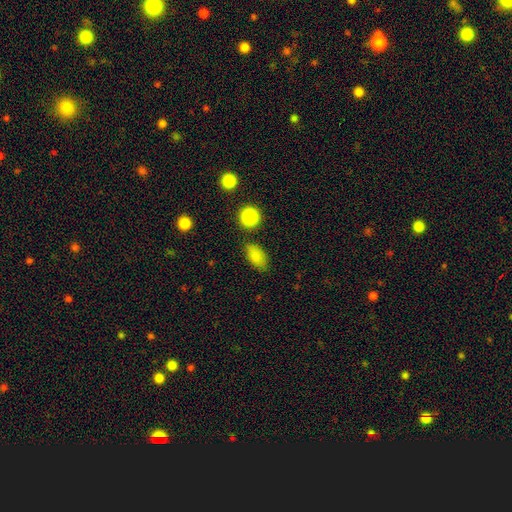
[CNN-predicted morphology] smooth 82%, star or artifact 11%, featured or disk 6%. Down the decision tree: how rounded — in between (88%); merging — none (77%).